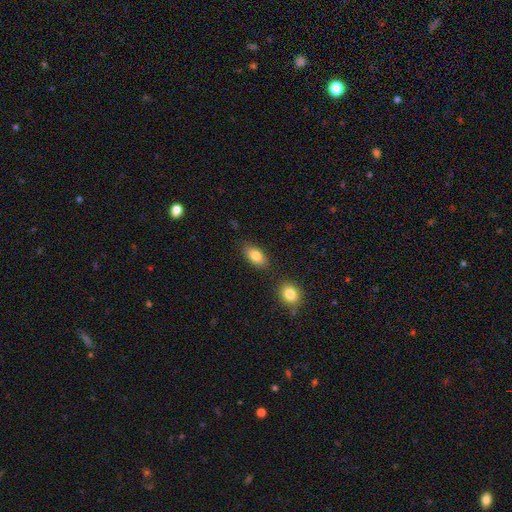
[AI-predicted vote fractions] The model was most divided on "merging": none: 81%, minor disturbance: 11%, merger: 5%, major disturbance: 3%. More confident: how rounded — in between (91%); smooth or featured — smooth (82%).